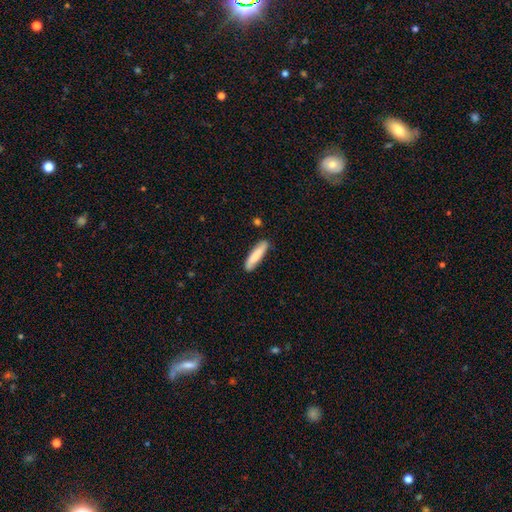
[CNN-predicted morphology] A smooth galaxy with no disk features (80%) that is cigar-shaped (81%).

Vote fractions:
- Smooth or featured? smooth: 80% / featured or disk: 15% / star or artifact: 5%
- How rounded? cigar-shaped: 81% / in between: 18% / round: 1%
- Merging? none: 84% / minor disturbance: 12% / major disturbance: 2% / merger: 2%